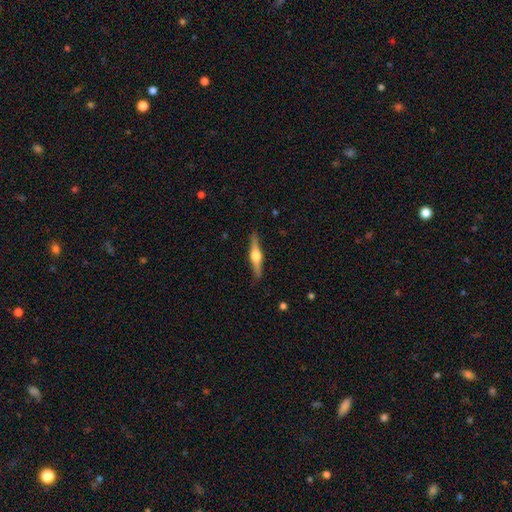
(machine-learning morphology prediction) This appears to be a featured or disk galaxy (75%) viewed edge-on (98%) with a rounded central bulge (94%). Merging: none (89%).